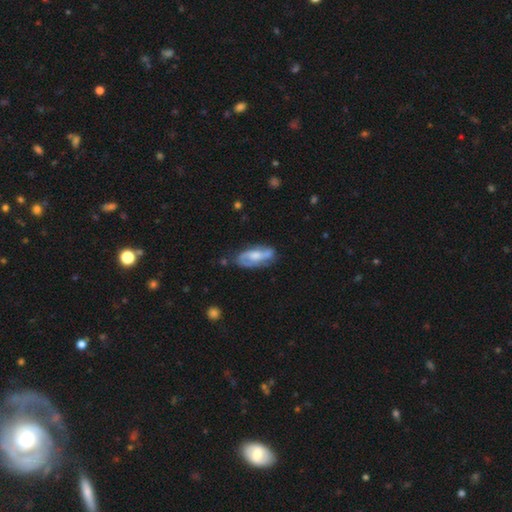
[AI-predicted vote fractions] Smooth or featured? Predicted: featured or disk (p=0.73). Edge-on disk? Predicted: no (p=0.92). Bar? Predicted: no (p=0.46). Spiral arms? Predicted: yes (p=0.90). Spiral winding? Predicted: medium (p=0.46). Spiral arm count? Predicted: 2 (p=0.82). Bulge size? Predicted: moderate (p=0.48). Merging? Predicted: none (p=0.68).